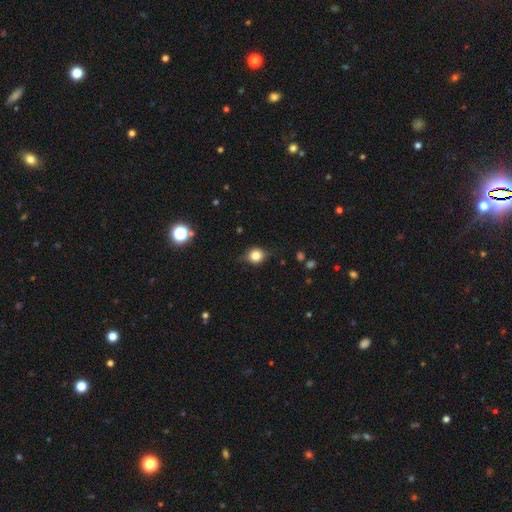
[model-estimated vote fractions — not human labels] Smooth or featured? Predicted: smooth (p=0.77). How rounded? Predicted: round (p=0.76). Merging? Predicted: none (p=0.75).